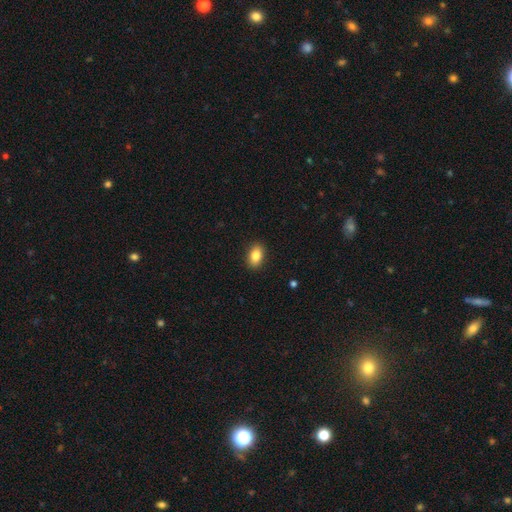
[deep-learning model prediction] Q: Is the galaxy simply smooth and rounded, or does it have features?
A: smooth — 85%.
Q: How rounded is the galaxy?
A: in between — 83%.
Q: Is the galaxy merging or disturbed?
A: none — 89%.